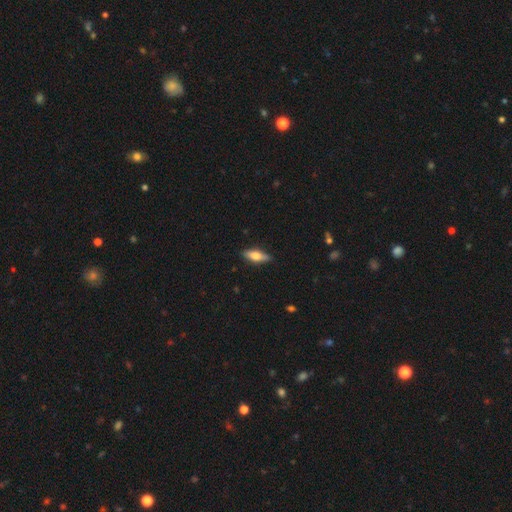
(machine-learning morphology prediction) Smooth or featured?
  - smooth: 53% *
  - featured or disk: 41%
  - star or artifact: 6%
How rounded?
  - in between: 56% *
  - cigar-shaped: 41%
  - round: 3%
Merging?
  - none: 86% *
  - minor disturbance: 11%
  - major disturbance: 2%
  - merger: 1%